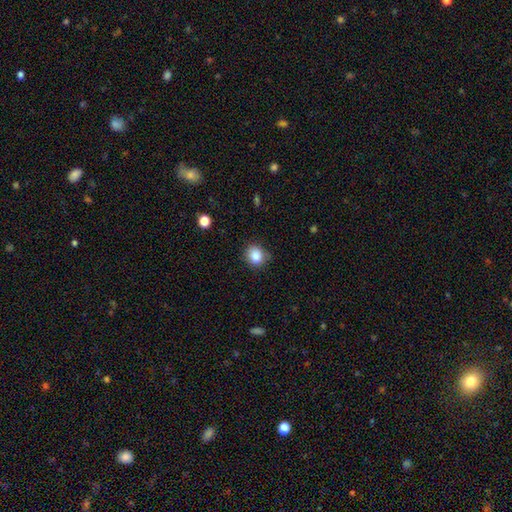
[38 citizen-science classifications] Smooth or featured?
  - smooth: 92% *
  - star or artifact: 8%
  - featured or disk: 0%
How rounded?
  - round: 71% *
  - in between: 29%
  - cigar-shaped: 0%
Merging?
  - none: 66% *
  - minor disturbance: 29%
  - major disturbance: 6%
  - merger: 0%